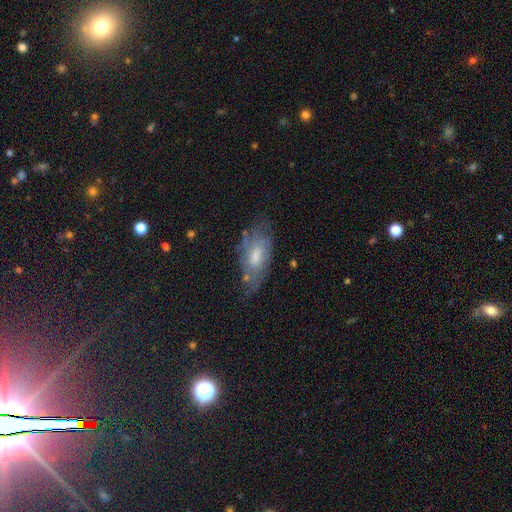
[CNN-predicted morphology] Smooth or featured? featured or disk (48%)
Merging? none (55%)